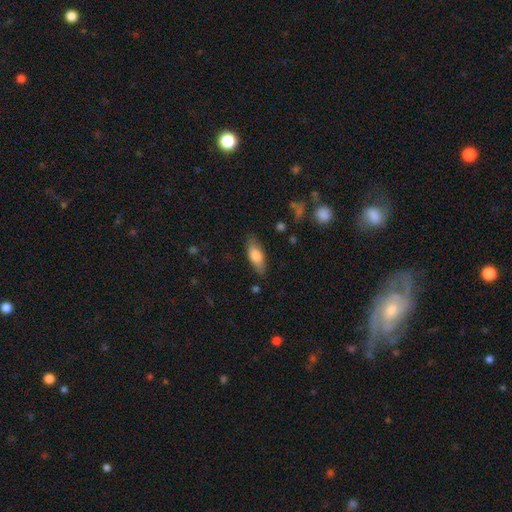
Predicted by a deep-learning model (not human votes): Smooth or featured?
  - smooth: 75% *
  - featured or disk: 19%
  - star or artifact: 6%
How rounded?
  - in between: 72% *
  - cigar-shaped: 26%
  - round: 2%
Merging?
  - none: 83% *
  - minor disturbance: 13%
  - major disturbance: 3%
  - merger: 1%